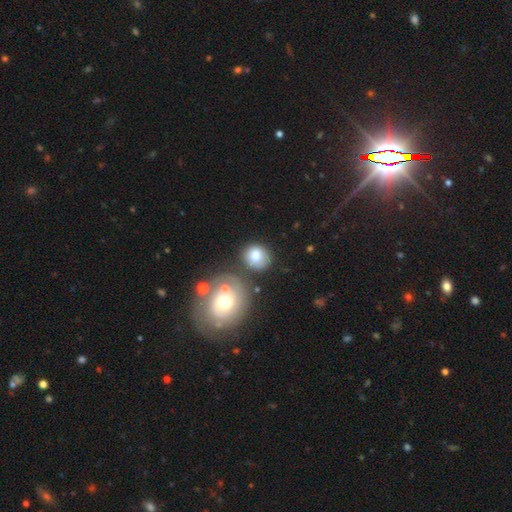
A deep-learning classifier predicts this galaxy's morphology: Smooth or featured? smooth (76%)
How rounded? round (76%)
Merging? none (63%)